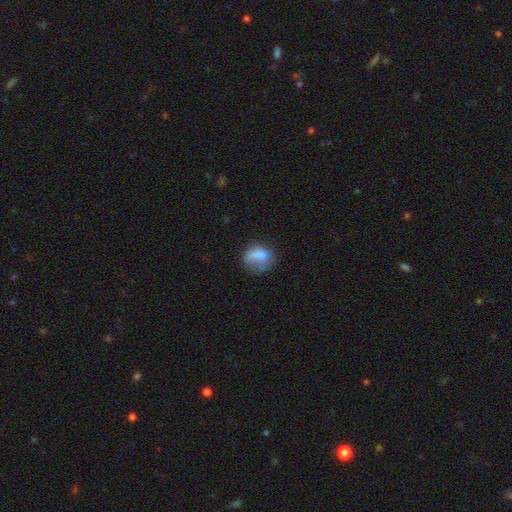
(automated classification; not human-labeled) Morphology: type=smooth (69%); roundness=round (49%); merging=none (41%).